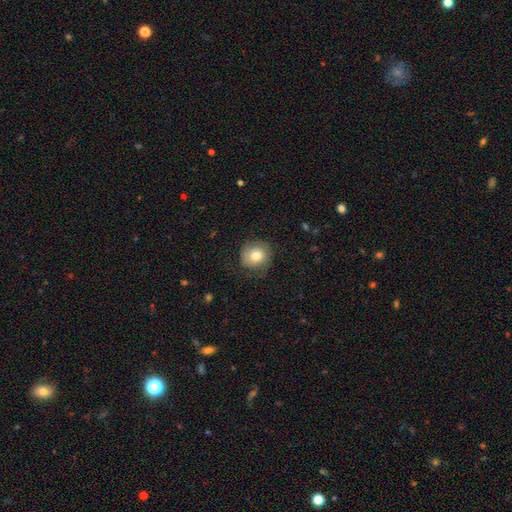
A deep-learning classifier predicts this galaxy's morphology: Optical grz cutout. It shows a smooth galaxy with no disk features (75%) that is round (84%). Merging: none (70%).